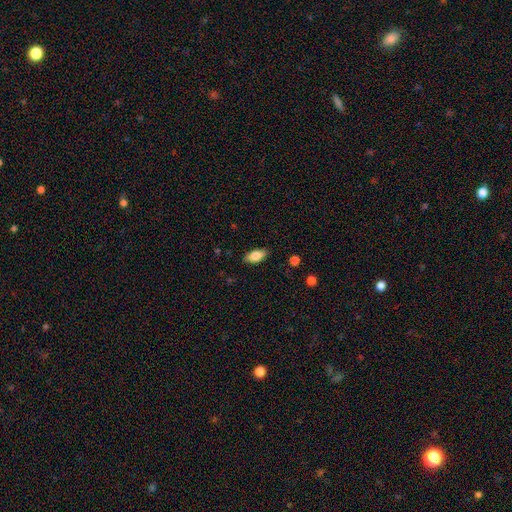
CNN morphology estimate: Overall: smooth (83%). How rounded: in between (89%). Merging: none (86%).